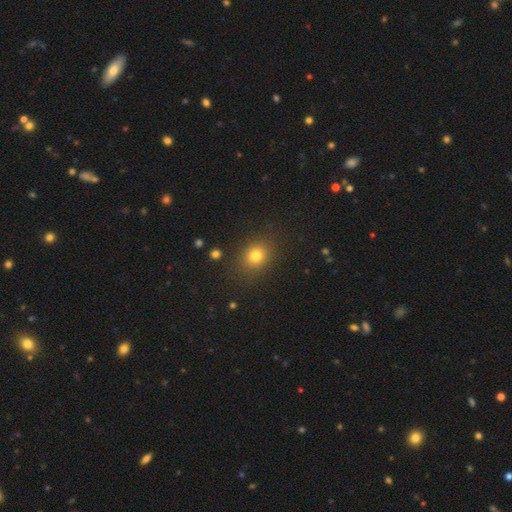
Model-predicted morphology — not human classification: Smooth or featured? smooth (79%)
How rounded? round (68%)
Merging? none (85%)